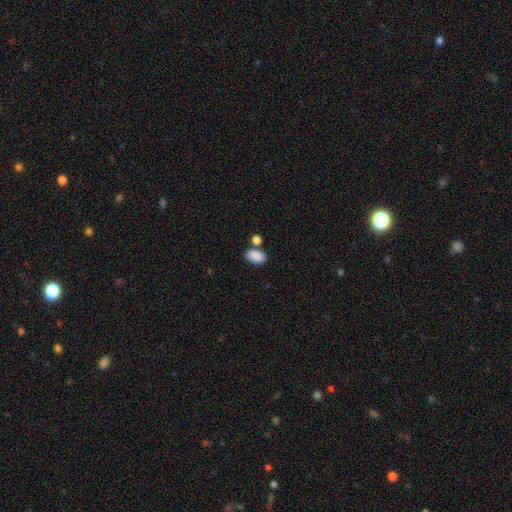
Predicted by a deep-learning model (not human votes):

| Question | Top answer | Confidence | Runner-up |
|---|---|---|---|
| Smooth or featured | smooth | 88% | star or artifact (8%) |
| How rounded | in between | 90% | round (8%) |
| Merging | none | 65% | merger (18%) |